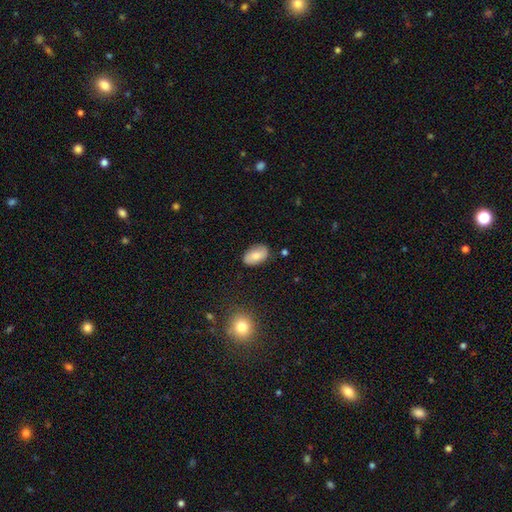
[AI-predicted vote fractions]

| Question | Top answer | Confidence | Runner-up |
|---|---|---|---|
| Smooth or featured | smooth | 79% | featured or disk (14%) |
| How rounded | in between | 94% | round (5%) |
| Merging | none | 83% | minor disturbance (13%) |